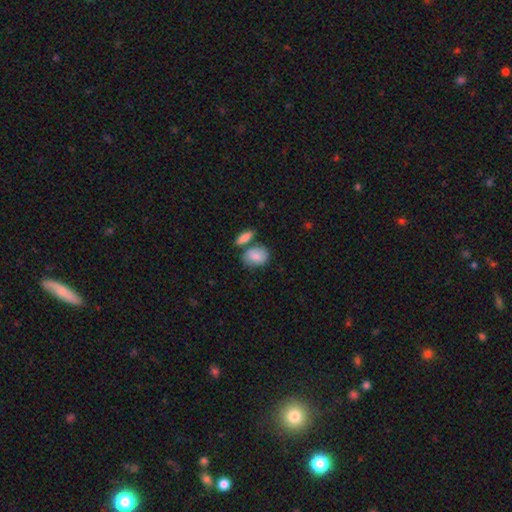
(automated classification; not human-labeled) Smooth or featured: smooth — 84% (featured or disk — 9%)
How rounded: in between — 71% (round — 26%)
Merging: none — 53% (merger — 27%)